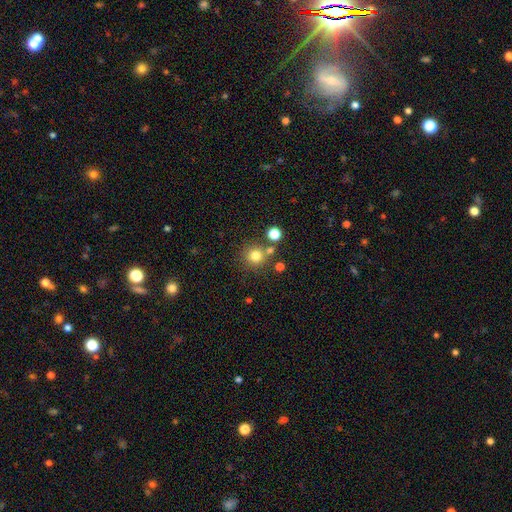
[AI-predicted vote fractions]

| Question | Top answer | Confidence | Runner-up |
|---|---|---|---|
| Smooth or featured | smooth | 77% | star or artifact (15%) |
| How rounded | round | 93% | in between (6%) |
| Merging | none | 74% | merger (14%) |